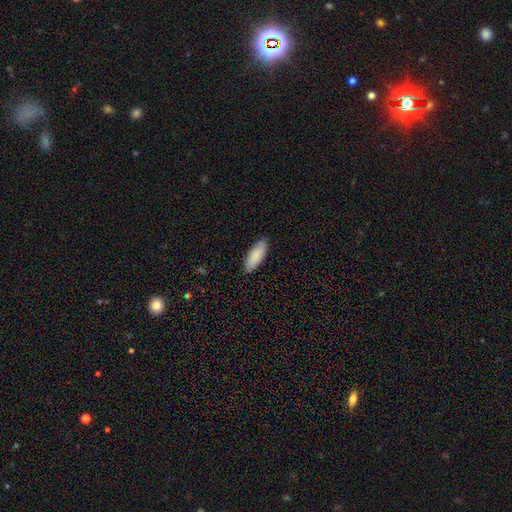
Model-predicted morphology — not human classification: Smooth or featured? Predicted: smooth (p=0.89). How rounded? Predicted: in between (p=0.76). Merging? Predicted: none (p=0.88).